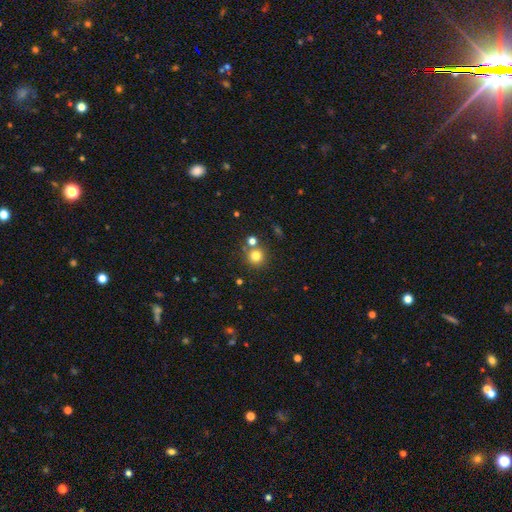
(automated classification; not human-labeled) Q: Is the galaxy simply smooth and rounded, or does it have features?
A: smooth — 78%.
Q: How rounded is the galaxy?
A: round — 92%.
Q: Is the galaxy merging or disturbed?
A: none — 73%.